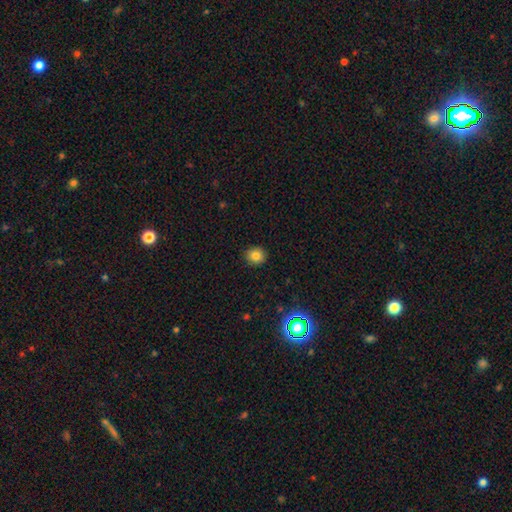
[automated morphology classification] Q: Smooth or featured?
A: smooth (81%); runner-up: star or artifact (12%)
Q: How rounded?
A: round (82%); runner-up: in between (17%)
Q: Merging?
A: none (90%); runner-up: minor disturbance (7%)